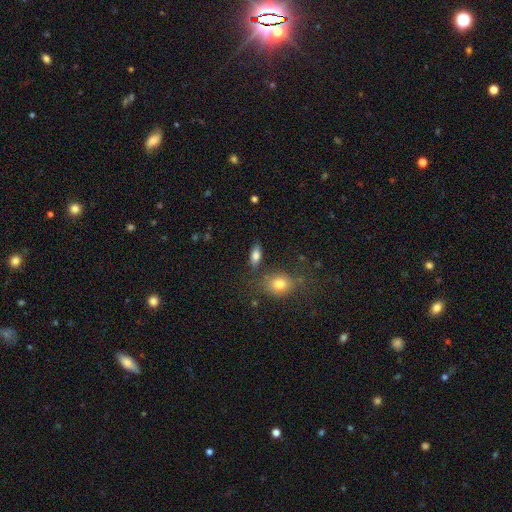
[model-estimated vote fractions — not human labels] This appears to be a smooth galaxy with no disk features (79%) that is in between round and cigar-shaped (84%). Merging: none (77%).